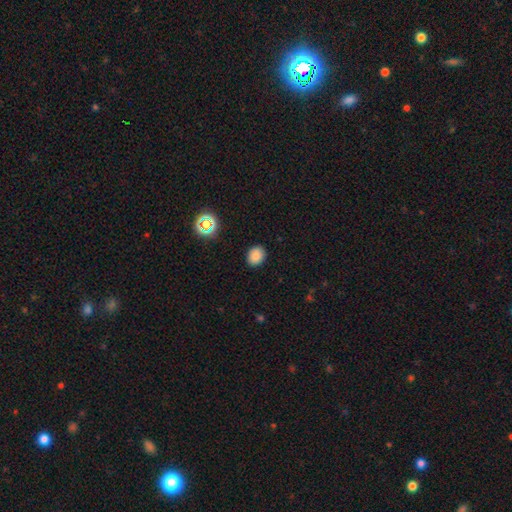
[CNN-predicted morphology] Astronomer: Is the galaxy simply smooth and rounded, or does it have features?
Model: smooth — 84%.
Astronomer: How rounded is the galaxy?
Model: in between — 51% (runner-up: round, 48%).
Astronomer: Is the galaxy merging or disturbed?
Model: none — 88%.